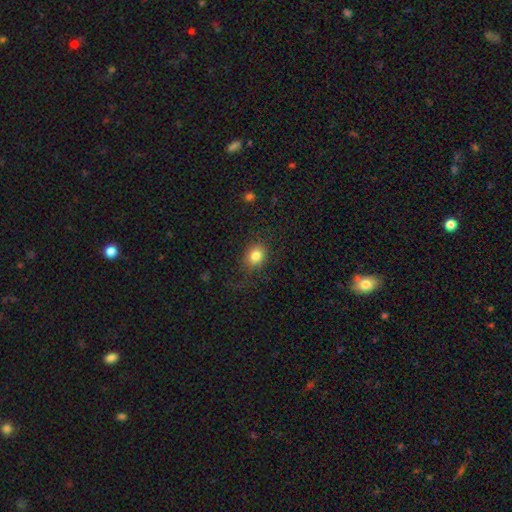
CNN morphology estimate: Q: Smooth or featured?
A: smooth (83%); runner-up: star or artifact (10%)
Q: How rounded?
A: round (57%); runner-up: in between (42%)
Q: Merging?
A: none (76%); runner-up: minor disturbance (14%)